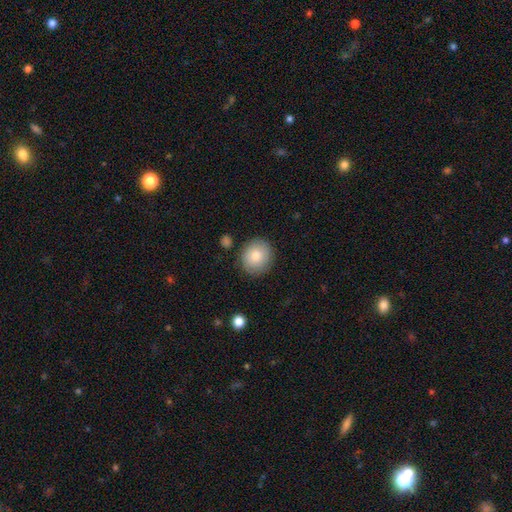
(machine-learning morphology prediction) type=smooth (82%); roundness=round (84%); merging=none (85%).